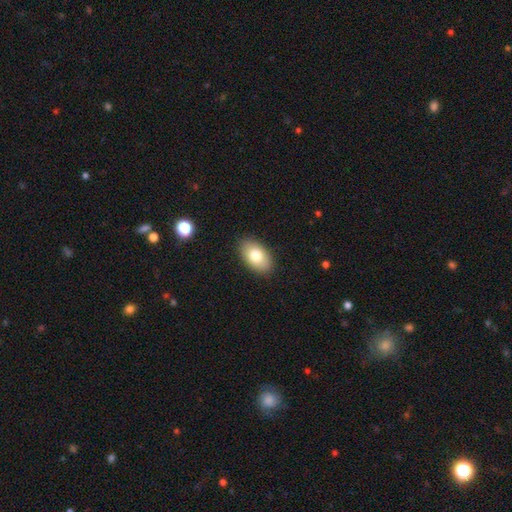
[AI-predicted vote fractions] Q: Smooth or featured?
A: smooth (78%); runner-up: featured or disk (15%)
Q: How rounded?
A: in between (92%); runner-up: round (6%)
Q: Merging?
A: none (88%); runner-up: minor disturbance (9%)